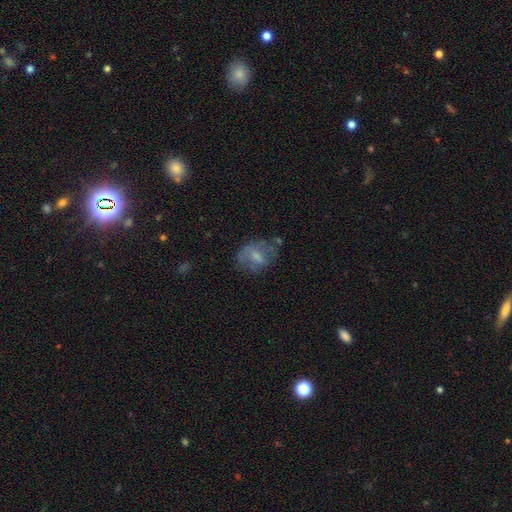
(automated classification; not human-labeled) This appears to be a smooth galaxy with no disk features (48%). Merging: none (48%).